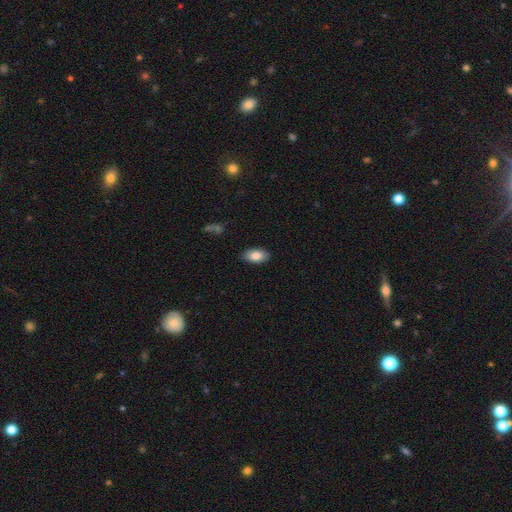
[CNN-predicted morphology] type=smooth (85%); roundness=in between (94%); merging=none (87%).